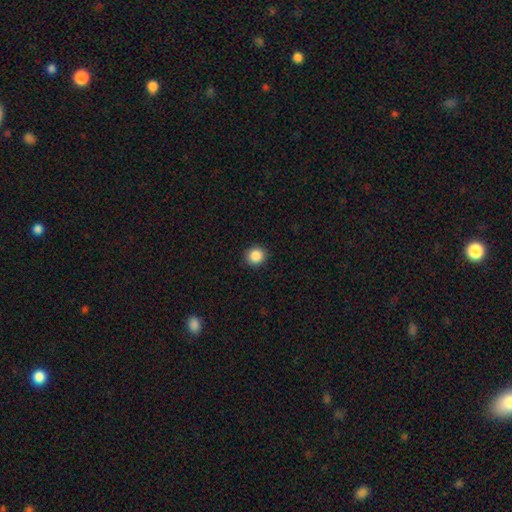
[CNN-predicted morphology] This appears to be a smooth galaxy with no disk features (88%) that is round (87%). Merging: none (91%).